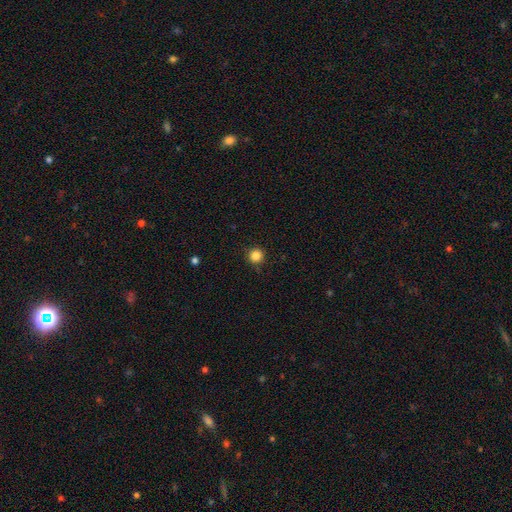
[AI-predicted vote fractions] Smooth or featured: smooth — 85% (star or artifact — 12%)
How rounded: round — 95% (in between — 4%)
Merging: none — 90% (minor disturbance — 7%)